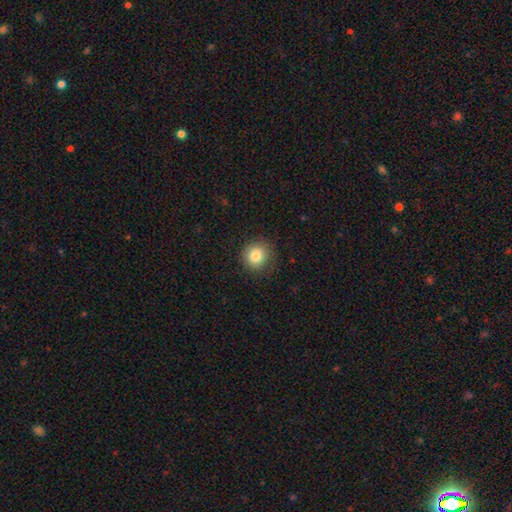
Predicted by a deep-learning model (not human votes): Smooth or featured? smooth (83%)
How rounded? round (91%)
Merging? none (87%)